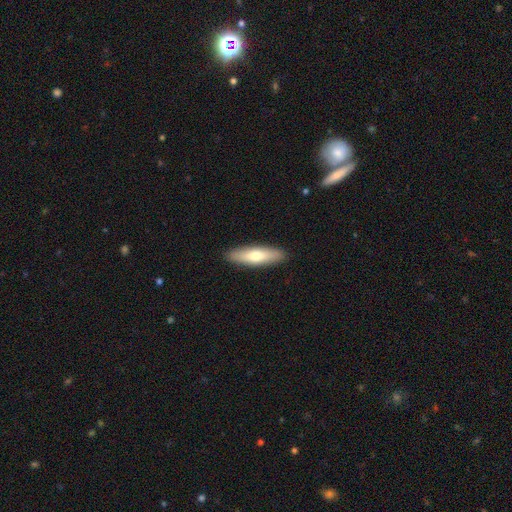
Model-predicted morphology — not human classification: This is likely a smooth galaxy (67%). How rounded: likely cigar-shaped (65%). Merging: clearly none (91%).